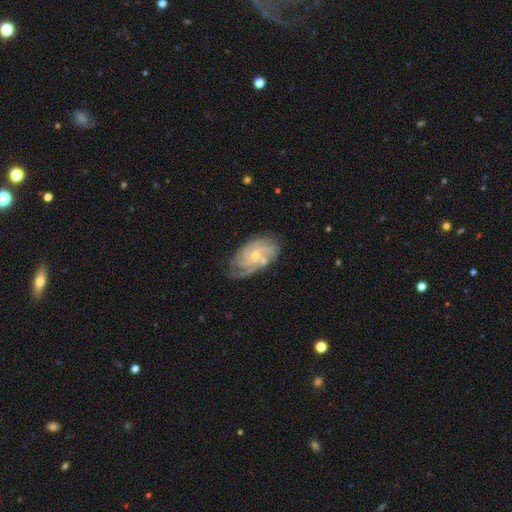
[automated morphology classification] smooth-or-featured: featured or disk: 85% | smooth: 9% | star or artifact: 6%
  disk-edge-on: no: 96% | yes: 4%
    bar: no: 67% | weak: 28% | strong: 5%
    has-spiral-arms: yes: 97% | no: 3%
      spiral-winding: tight: 62% | medium: 31% | loose: 7%
      spiral-arm-count: 3: 30% | 4: 24% | can't tell: 21% | 2: 14% | more than 4: 6% | 1: 5%
    bulge-size: small: 59% | moderate: 37% | none: 2% | large: 1% | dominant: 1%
  merging: none: 67% | minor disturbance: 21% | major disturbance: 7% | merger: 4%